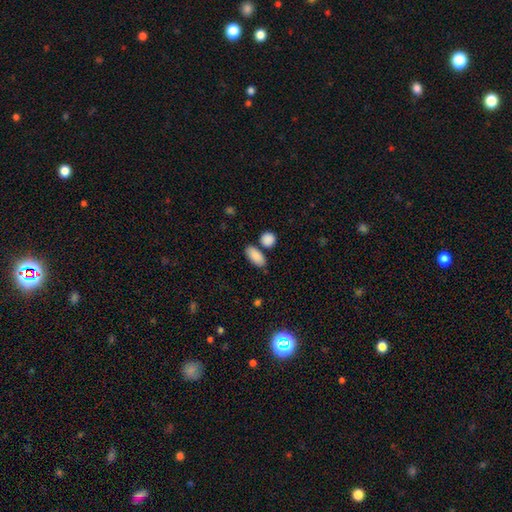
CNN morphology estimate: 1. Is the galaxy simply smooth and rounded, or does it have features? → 89% smooth, 7% star or artifact, 5% featured or disk.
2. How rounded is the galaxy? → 88% in between, 7% cigar-shaped, 5% round.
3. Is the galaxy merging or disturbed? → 73% none, 12% minor disturbance, 12% merger, 3% major disturbance.